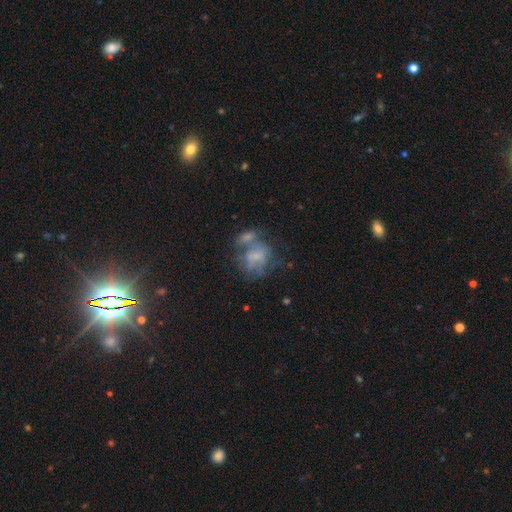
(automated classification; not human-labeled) Smooth or featured? featured or disk (48%)
Merging? merger (38%)